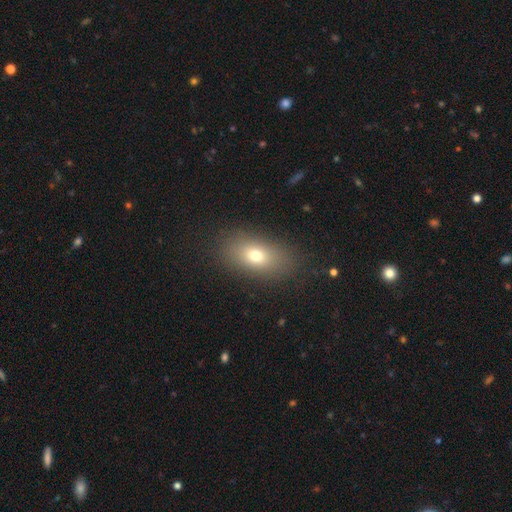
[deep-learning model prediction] A smooth galaxy with no disk features (72%) that is in between round and cigar-shaped (82%).

Vote fractions:
- Smooth or featured? smooth: 72% / featured or disk: 15% / star or artifact: 13%
- How rounded? in between: 82% / round: 14% / cigar-shaped: 4%
- Merging? none: 84% / minor disturbance: 10% / major disturbance: 5% / merger: 1%